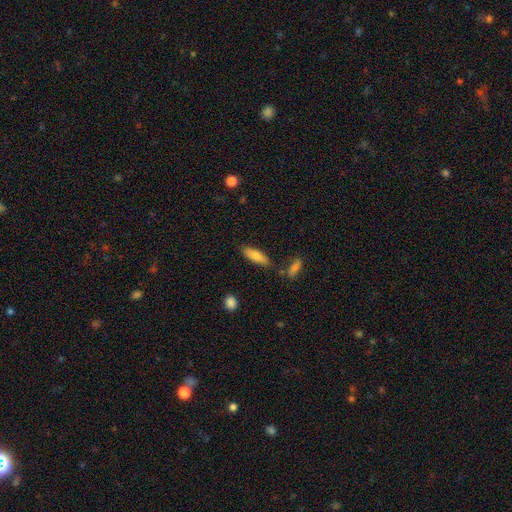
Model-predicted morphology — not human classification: smooth-or-featured: smooth: 80% | featured or disk: 13% | star or artifact: 7%
  how-rounded: in between: 55% | cigar-shaped: 43% | round: 2%
  merging: none: 75% | minor disturbance: 14% | merger: 7% | major disturbance: 4%